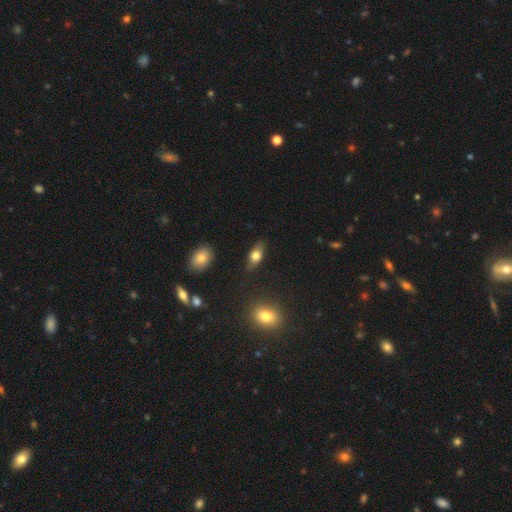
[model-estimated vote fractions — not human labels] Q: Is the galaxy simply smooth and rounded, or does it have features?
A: smooth — 71%.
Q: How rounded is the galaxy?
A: in between — 82%.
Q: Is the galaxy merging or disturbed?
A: none — 81%.